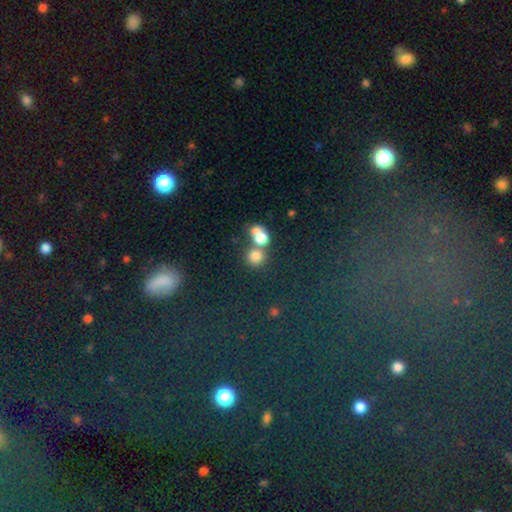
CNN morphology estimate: This appears to be a smooth galaxy with no disk features (75%) that is round (78%). Merging: merger (50%).